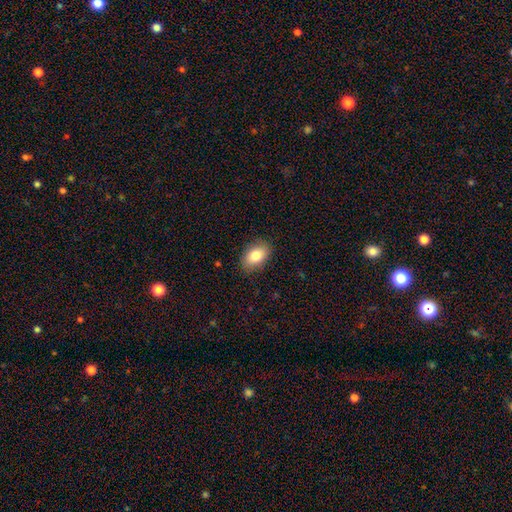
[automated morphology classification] Smooth or featured: smooth — 81% (featured or disk — 11%)
How rounded: in between — 89% (round — 9%)
Merging: none — 87% (minor disturbance — 10%)